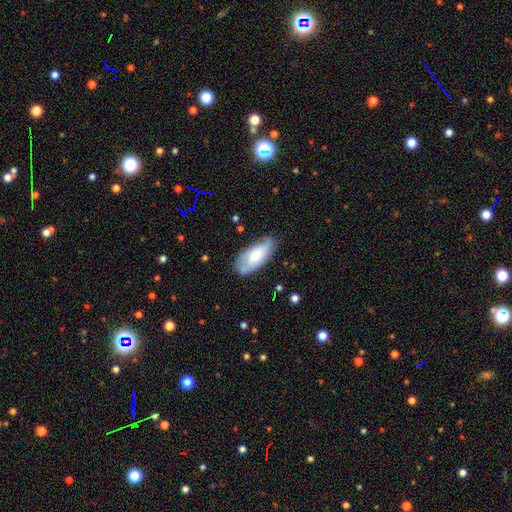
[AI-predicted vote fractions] The model was most divided on "smooth or featured": smooth: 64%, featured or disk: 30%, star or artifact: 6%. More confident: how rounded — in between (88%); merging — none (69%).